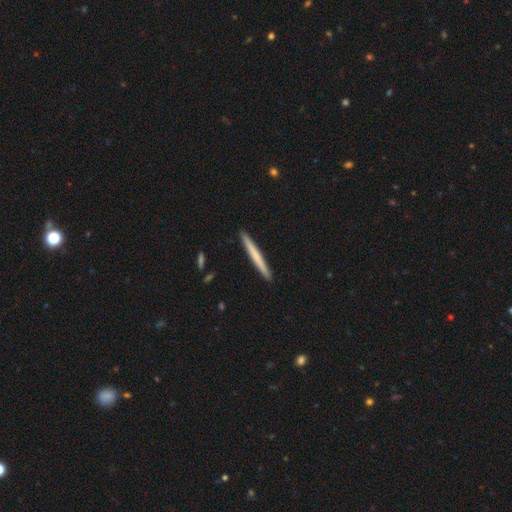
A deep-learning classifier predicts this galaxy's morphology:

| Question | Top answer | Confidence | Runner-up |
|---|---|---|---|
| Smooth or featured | smooth | 62% | featured or disk (34%) |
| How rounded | cigar-shaped | 97% | in between (2%) |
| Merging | none | 93% | minor disturbance (5%) |